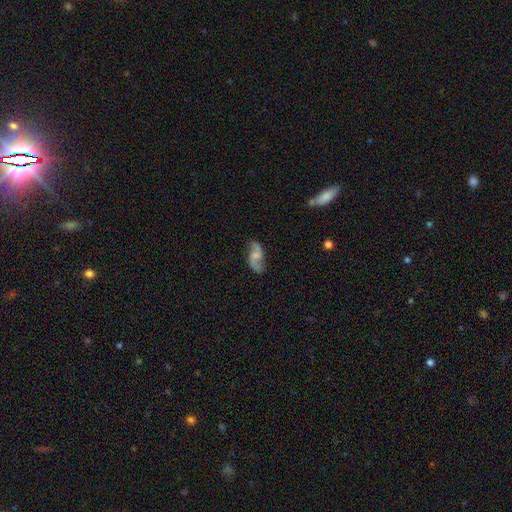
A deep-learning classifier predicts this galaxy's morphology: smooth-or-featured: featured or disk: 76% | smooth: 18% | star or artifact: 7%
  disk-edge-on: no: 96% | yes: 4%
    bar: no: 48% | weak: 43% | strong: 9%
    has-spiral-arms: yes: 94% | no: 6%
      spiral-winding: loose: 66% | medium: 27% | tight: 7%
      spiral-arm-count: 2: 92% | can't tell: 3% | 1: 2% | 3: 1% | 4: 1% | more than 4: 1%
    bulge-size: small: 38% | moderate: 31% | none: 25% | large: 4% | dominant: 1%
  merging: none: 76% | minor disturbance: 16% | major disturbance: 6% | merger: 2%